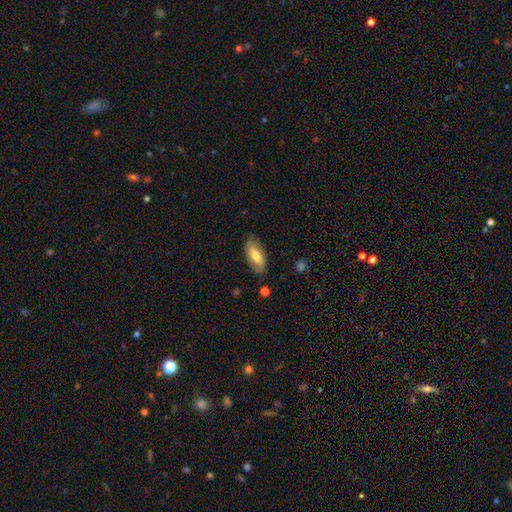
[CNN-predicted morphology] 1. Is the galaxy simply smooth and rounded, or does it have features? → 63% smooth, 31% featured or disk, 6% star or artifact.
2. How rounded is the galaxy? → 87% in between, 10% cigar-shaped, 3% round.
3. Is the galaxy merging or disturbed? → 80% none, 15% minor disturbance, 3% major disturbance, 1% merger.